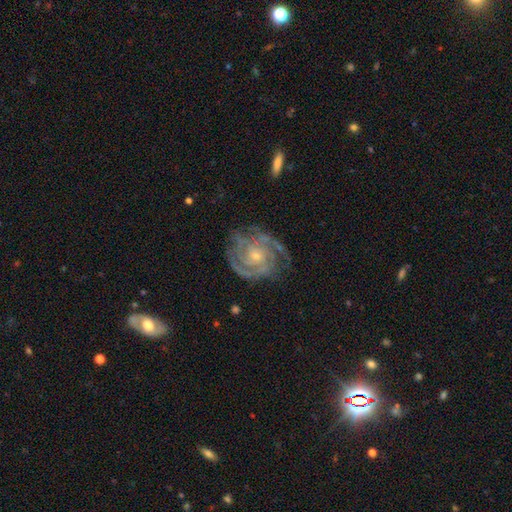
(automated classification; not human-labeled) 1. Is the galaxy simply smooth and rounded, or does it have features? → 90% featured or disk, 6% star or artifact, 5% smooth.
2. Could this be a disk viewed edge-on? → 98% no, 2% yes.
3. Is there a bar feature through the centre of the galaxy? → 71% no, 23% weak, 6% strong.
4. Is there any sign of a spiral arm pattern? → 98% yes, 2% no.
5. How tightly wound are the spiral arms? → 68% tight, 28% medium, 4% loose.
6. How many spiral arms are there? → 41% 2, 27% 3, 14% can't tell, 8% 4, 5% more than 4, 5% 1.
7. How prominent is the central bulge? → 66% small, 30% moderate, 2% none, 1% large, 1% dominant.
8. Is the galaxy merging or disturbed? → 76% none, 17% minor disturbance, 6% major disturbance, 1% merger.